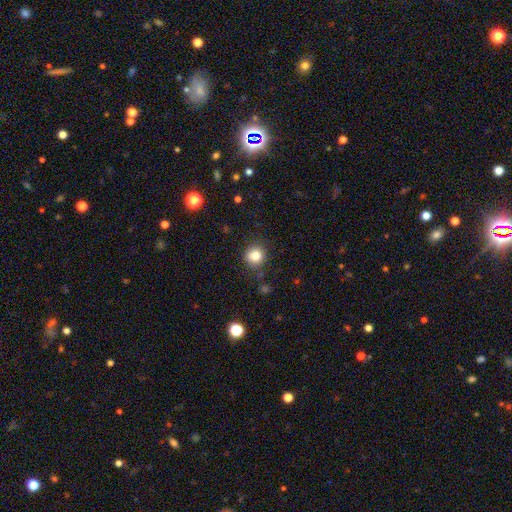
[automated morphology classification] A smooth galaxy with no disk features (82%) that is round (90%).

Vote fractions:
- Smooth or featured? smooth: 82% / star or artifact: 11% / featured or disk: 6%
- How rounded? round: 90% / in between: 9% / cigar-shaped: 1%
- Merging? none: 87% / minor disturbance: 9% / major disturbance: 3% / merger: 2%